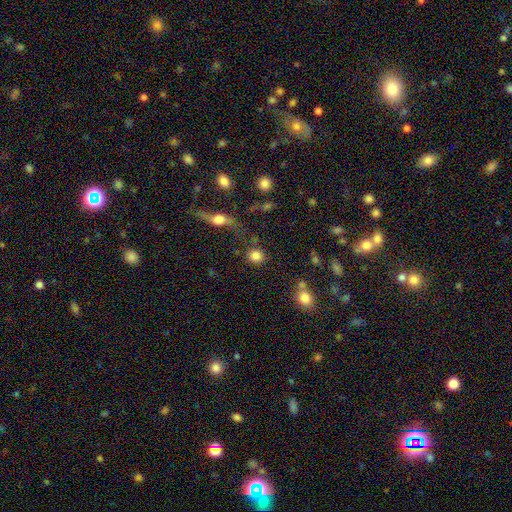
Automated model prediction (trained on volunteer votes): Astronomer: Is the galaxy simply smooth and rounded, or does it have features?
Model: smooth — 83%.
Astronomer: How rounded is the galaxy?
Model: round — 89%.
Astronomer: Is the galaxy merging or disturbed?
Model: none — 78%.